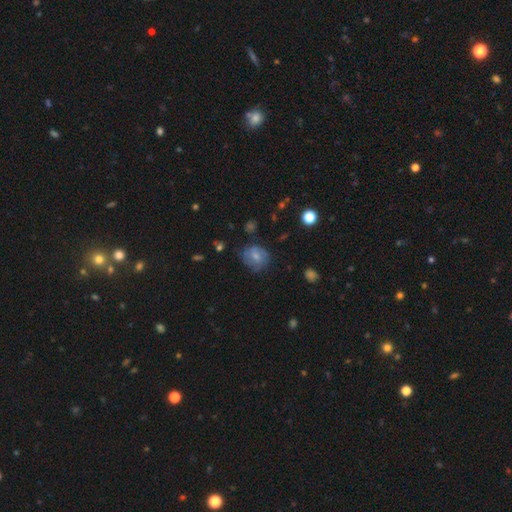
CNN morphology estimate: Smooth or featured? Predicted: smooth (p=0.50). How rounded? Predicted: round (p=0.68). Merging? Predicted: none (p=0.63).